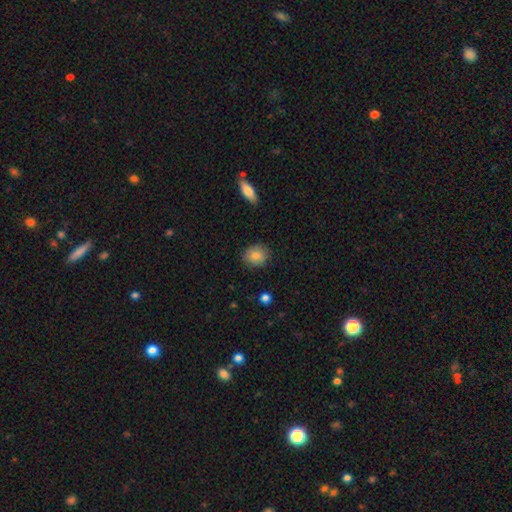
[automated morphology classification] Q: Smooth or featured?
A: smooth (82%); runner-up: featured or disk (9%)
Q: How rounded?
A: round (69%); runner-up: in between (29%)
Q: Merging?
A: none (88%); runner-up: minor disturbance (9%)